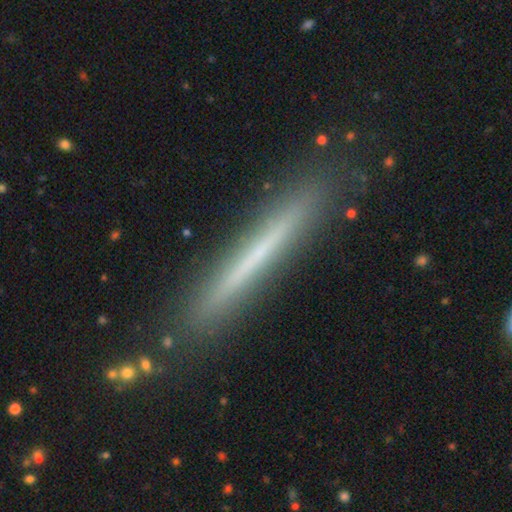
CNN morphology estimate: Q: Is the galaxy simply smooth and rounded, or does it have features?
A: featured or disk — 48%.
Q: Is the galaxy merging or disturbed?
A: none — 87%.